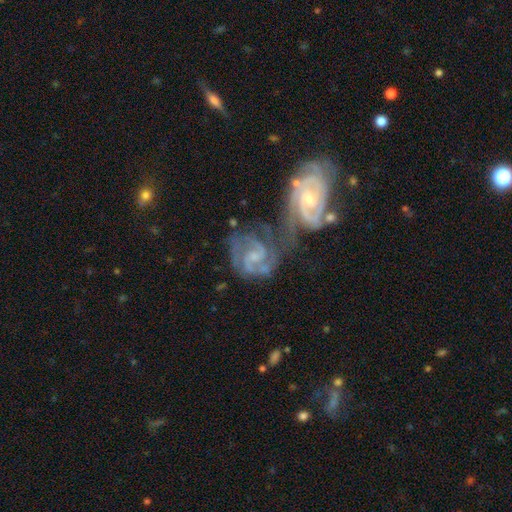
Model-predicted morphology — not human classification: Smooth or featured?
  - featured or disk: 88% *
  - smooth: 7%
  - star or artifact: 5%
Edge-on disk?
  - no: 97% *
  - yes: 3%
Bar?
  - weak: 48% *
  - no: 39%
  - strong: 13%
Spiral arms?
  - yes: 97% *
  - no: 3%
Spiral winding?
  - medium: 47% *
  - tight: 44%
  - loose: 9%
Spiral arm count?
  - 2: 70% *
  - 3: 13%
  - can't tell: 10%
  - 1: 3%
  - 4: 2%
  - more than 4: 2%
Bulge size?
  - small: 59% *
  - moderate: 24%
  - none: 14%
  - large: 2%
  - dominant: 1%
Merging?
  - merger: 49% *
  - none: 28%
  - minor disturbance: 13%
  - major disturbance: 10%